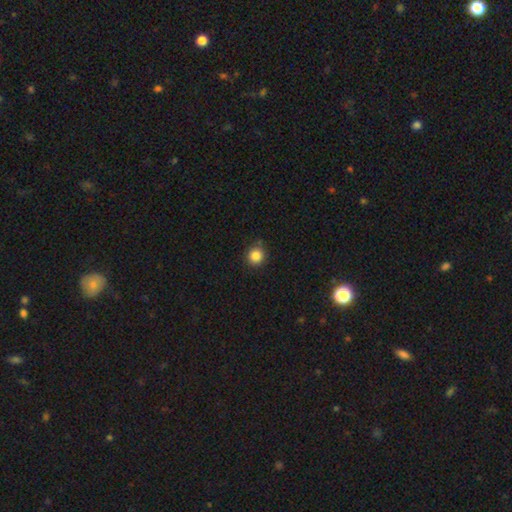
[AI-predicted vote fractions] A smooth galaxy with no disk features (85%) that is round (93%).

Vote fractions:
- Smooth or featured? smooth: 85% / star or artifact: 11% / featured or disk: 4%
- How rounded? round: 93% / in between: 6% / cigar-shaped: 1%
- Merging? none: 87% / minor disturbance: 8% / merger: 2% / major disturbance: 2%